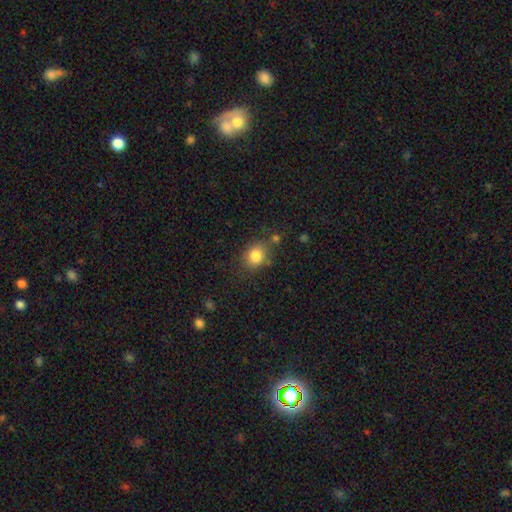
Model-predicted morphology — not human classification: A smooth galaxy with no disk features (84%) that is round (60%).

Vote fractions:
- Smooth or featured? smooth: 84% / star or artifact: 10% / featured or disk: 6%
- How rounded? round: 60% / in between: 39% / cigar-shaped: 1%
- Merging? none: 72% / minor disturbance: 16% / merger: 7% / major disturbance: 5%